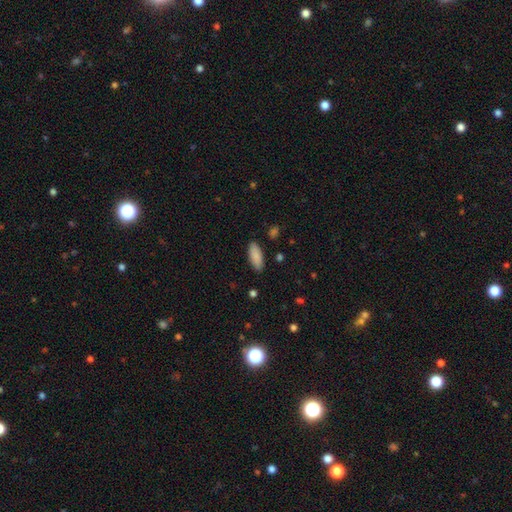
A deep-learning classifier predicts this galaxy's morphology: Smooth or featured?
  - smooth: 88% *
  - star or artifact: 6%
  - featured or disk: 6%
How rounded?
  - in between: 80% *
  - cigar-shaped: 18%
  - round: 2%
Merging?
  - none: 87% *
  - minor disturbance: 9%
  - major disturbance: 2%
  - merger: 1%